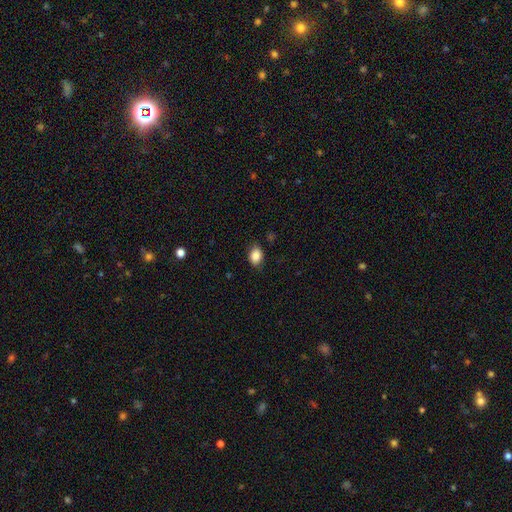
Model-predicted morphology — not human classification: smooth 86%, star or artifact 8%, featured or disk 5%. Down the decision tree: how rounded — in between (77%); merging — none (83%).